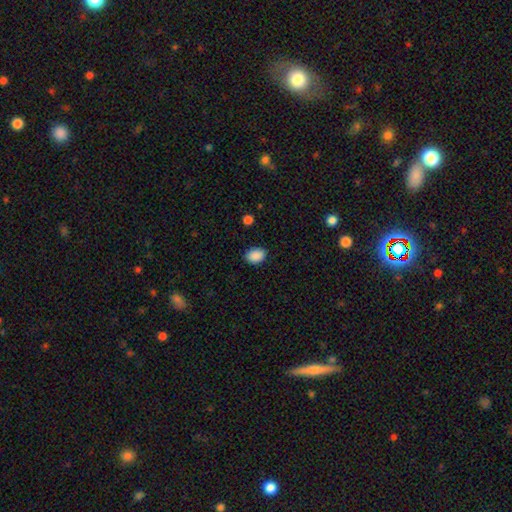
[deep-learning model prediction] smooth-or-featured: smooth: 90% | star or artifact: 7% | featured or disk: 3%
  how-rounded: in between: 78% | round: 21% | cigar-shaped: 1%
  merging: none: 86% | minor disturbance: 11% | major disturbance: 2% | merger: 1%